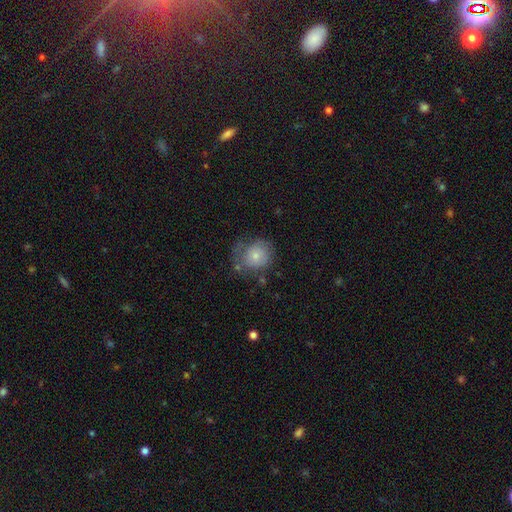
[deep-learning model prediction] A smooth galaxy with no disk features (68%) that is round (76%).

Vote fractions:
- Smooth or featured? smooth: 68% / featured or disk: 24% / star or artifact: 8%
- How rounded? round: 76% / in between: 24% / cigar-shaped: 1%
- Merging? none: 46% / minor disturbance: 30% / major disturbance: 20% / merger: 4%